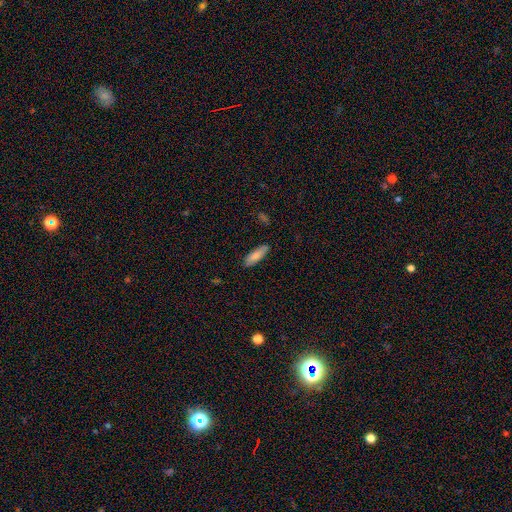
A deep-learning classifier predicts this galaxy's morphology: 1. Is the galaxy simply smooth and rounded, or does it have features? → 81% smooth, 13% featured or disk, 6% star or artifact.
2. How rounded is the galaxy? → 54% in between, 44% cigar-shaped, 2% round.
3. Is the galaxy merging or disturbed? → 85% none, 12% minor disturbance, 2% major disturbance, 1% merger.